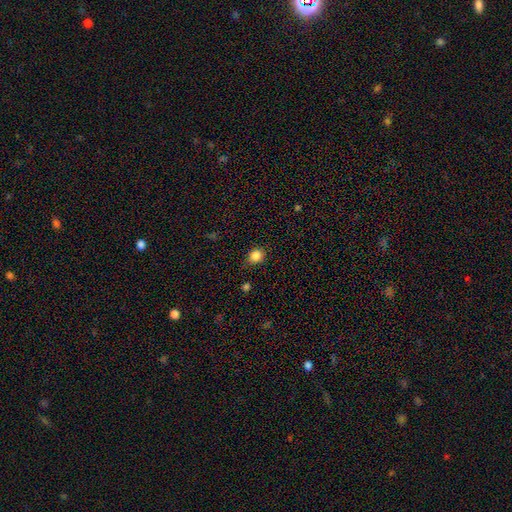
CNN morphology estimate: Smooth or featured? smooth (85%)
How rounded? round (74%)
Merging? none (78%)